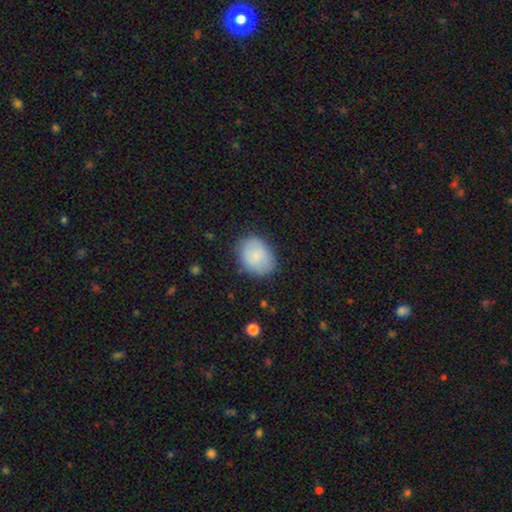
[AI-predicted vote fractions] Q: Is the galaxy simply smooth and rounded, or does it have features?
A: smooth — 84%.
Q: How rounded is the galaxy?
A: in between — 60%.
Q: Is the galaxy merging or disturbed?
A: none — 79%.